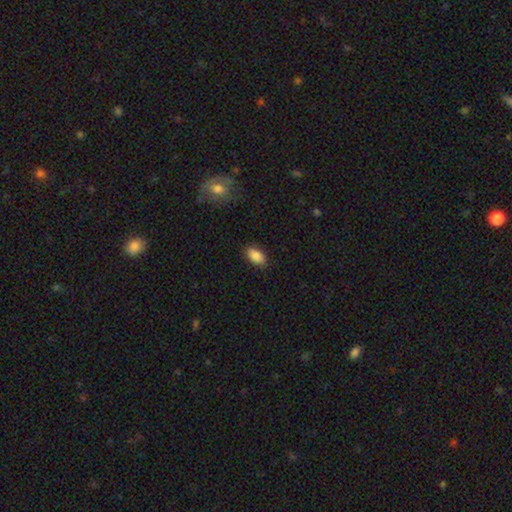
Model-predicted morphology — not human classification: smooth-or-featured: smooth: 88% | star or artifact: 7% | featured or disk: 5%
  how-rounded: in between: 92% | round: 4% | cigar-shaped: 3%
  merging: none: 87% | minor disturbance: 10% | major disturbance: 2% | merger: 1%